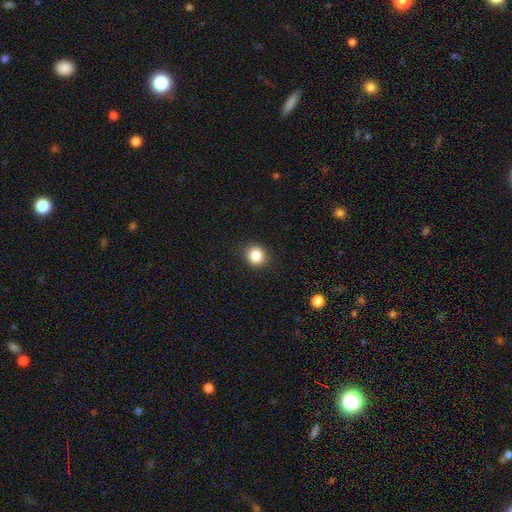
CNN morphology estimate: Smooth or featured? Predicted: smooth (p=0.86). How rounded? Predicted: round (p=0.82). Merging? Predicted: none (p=0.89).